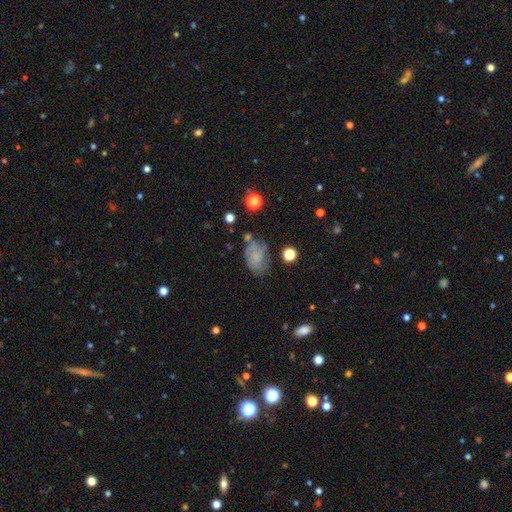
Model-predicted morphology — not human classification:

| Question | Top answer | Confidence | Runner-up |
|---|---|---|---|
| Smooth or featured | smooth | 61% | featured or disk (26%) |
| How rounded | in between | 83% | round (15%) |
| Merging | none | 52% | minor disturbance (28%) |